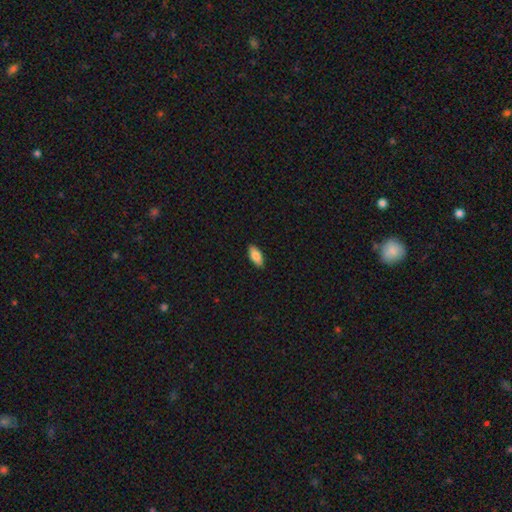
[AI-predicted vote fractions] This is clearly a smooth galaxy (83%). How rounded: clearly in between (85%). Merging: clearly none (89%).